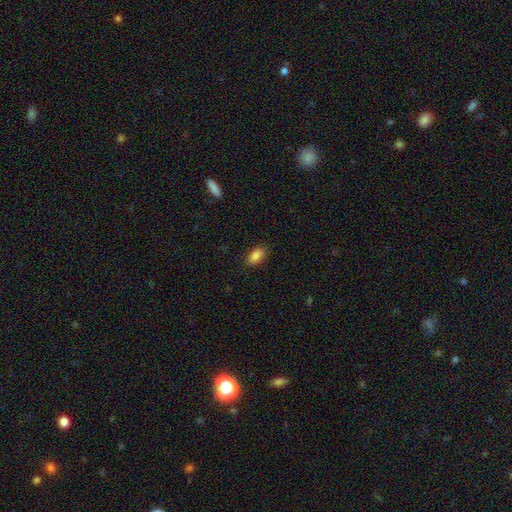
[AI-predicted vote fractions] Morphology: type=smooth (87%); roundness=in between (91%); merging=none (86%).